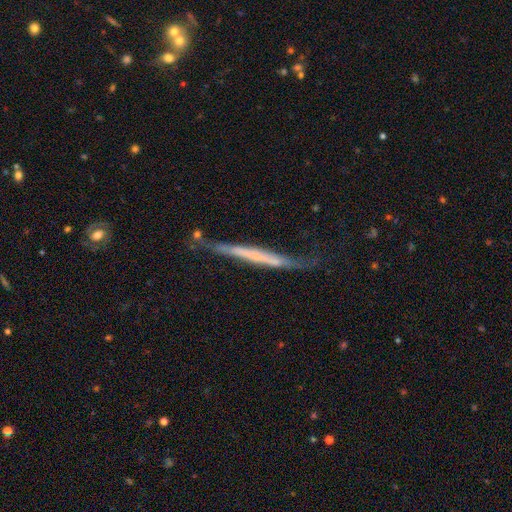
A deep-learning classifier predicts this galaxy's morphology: Smooth or featured?
  - featured or disk: 58% *
  - smooth: 35%
  - star or artifact: 7%
Edge-on disk?
  - yes: 87% *
  - no: 13%
Edge-on bulge?
  - none: 81% *
  - boxy: 10%
  - rounded: 9%
Merging?
  - none: 49% *
  - minor disturbance: 31%
  - major disturbance: 14%
  - merger: 5%